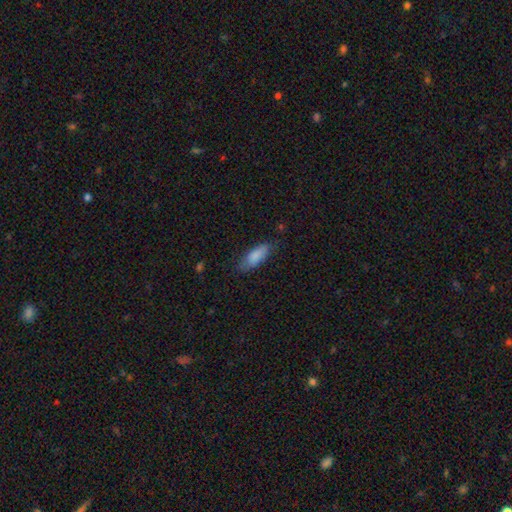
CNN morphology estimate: A smooth galaxy with no disk features (85%) that is in between round and cigar-shaped (73%). Merging: none (73%).